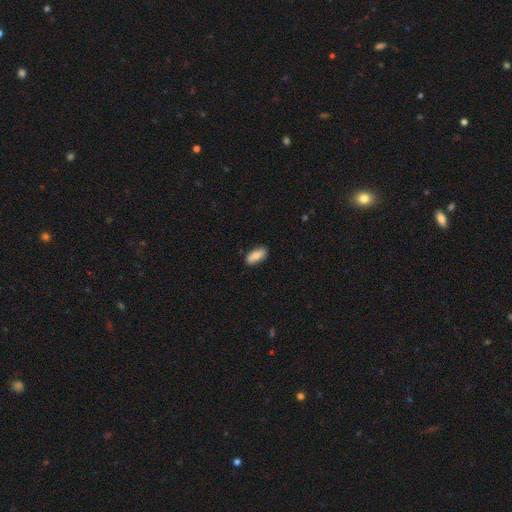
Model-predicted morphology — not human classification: smooth 79%, featured or disk 15%, star or artifact 6%. Down the decision tree: how rounded — in between (86%); merging — none (85%).